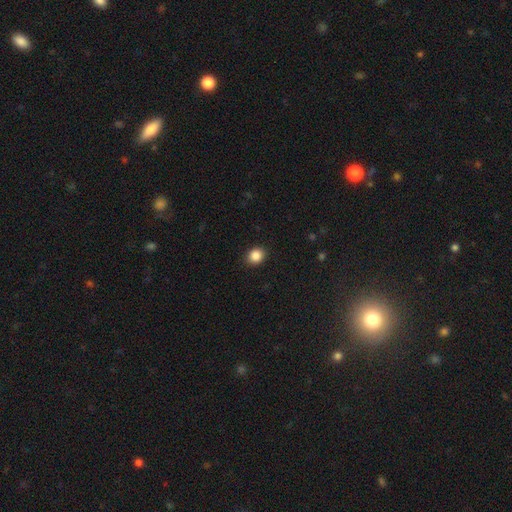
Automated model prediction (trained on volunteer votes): Overall: smooth (87%). How rounded: round (64%; in between 35%). Merging: none (90%).